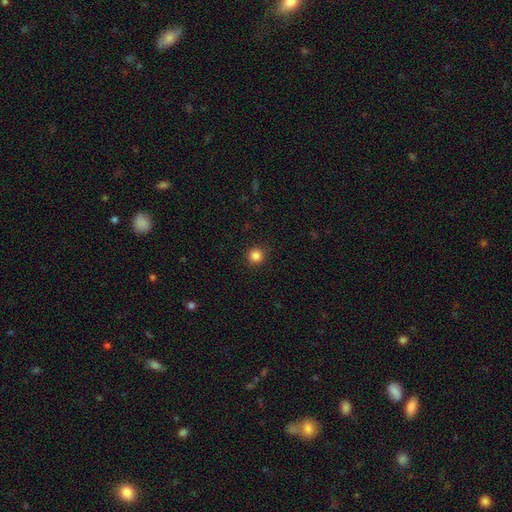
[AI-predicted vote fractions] Q: Smooth or featured?
A: smooth (85%); runner-up: star or artifact (11%)
Q: How rounded?
A: round (95%); runner-up: in between (4%)
Q: Merging?
A: none (92%); runner-up: minor disturbance (5%)